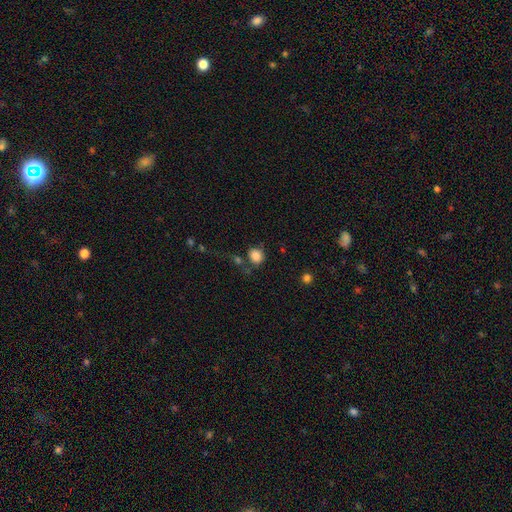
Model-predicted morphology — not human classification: Q: Smooth or featured?
A: smooth (84%); runner-up: star or artifact (10%)
Q: How rounded?
A: round (77%); runner-up: in between (22%)
Q: Merging?
A: none (69%); runner-up: minor disturbance (15%)